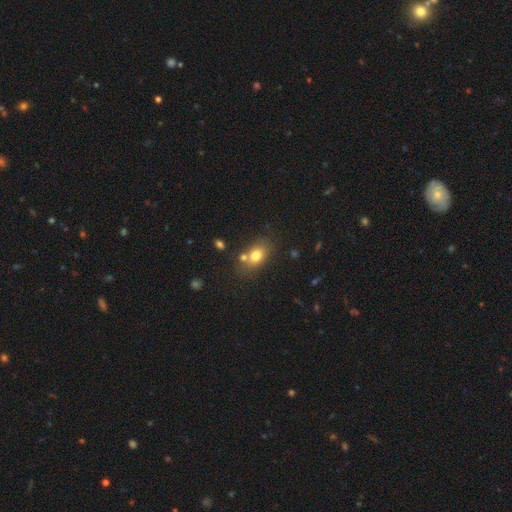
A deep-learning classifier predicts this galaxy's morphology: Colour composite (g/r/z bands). It shows a smooth galaxy with no disk features (75%) that is in between round and cigar-shaped (69%). Merging: none (60%).